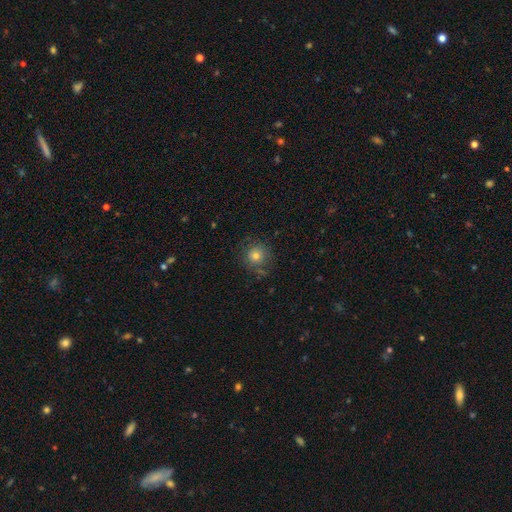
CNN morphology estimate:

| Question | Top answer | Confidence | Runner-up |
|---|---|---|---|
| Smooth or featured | smooth | 74% | star or artifact (13%) |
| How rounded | round | 93% | in between (6%) |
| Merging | none | 78% | minor disturbance (13%) |